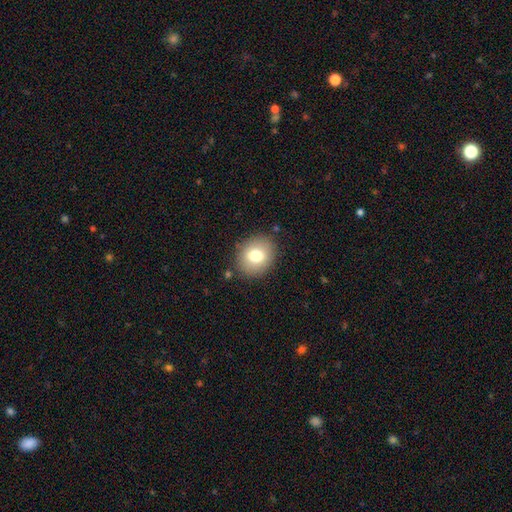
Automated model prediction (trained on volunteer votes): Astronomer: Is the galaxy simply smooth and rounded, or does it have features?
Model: smooth — 75%.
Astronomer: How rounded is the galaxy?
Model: round — 64%.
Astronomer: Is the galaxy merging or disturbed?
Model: none — 86%.